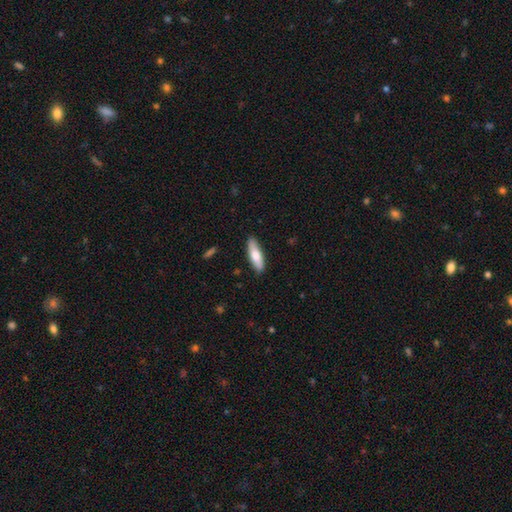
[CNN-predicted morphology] Overall: smooth (72%). How rounded: cigar-shaped (57%; in between 41%). Merging: none (87%).